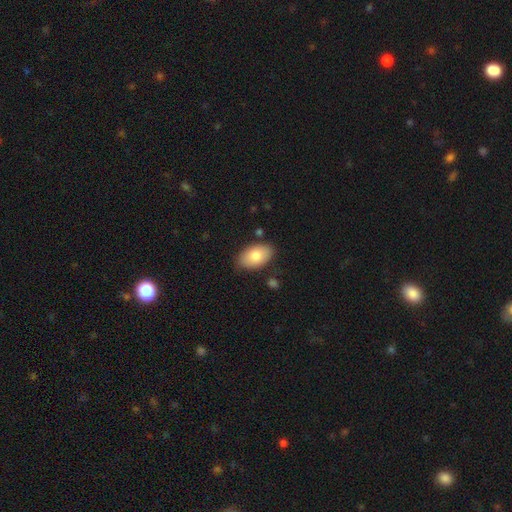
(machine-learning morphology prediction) This is clearly a smooth galaxy (80%). How rounded: clearly in between (93%). Merging: clearly none (82%).